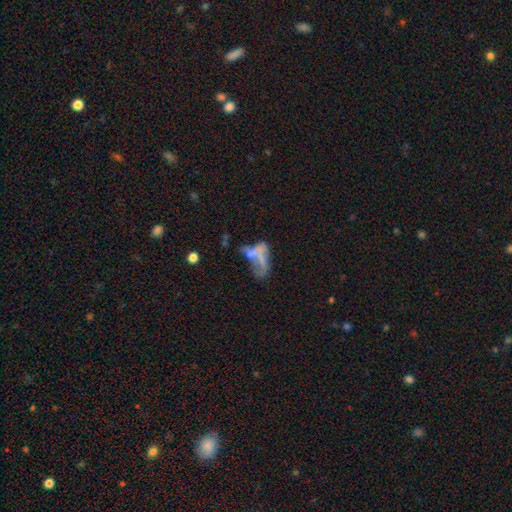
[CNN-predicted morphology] Smooth or featured: featured or disk — 44% (smooth — 40%)
Merging: merger — 34% (major disturbance — 30%)